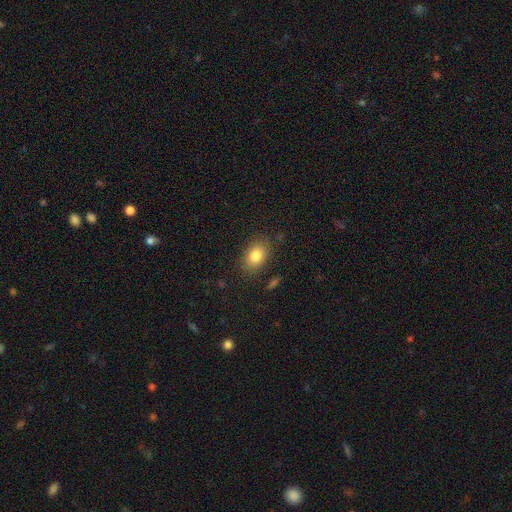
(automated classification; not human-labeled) Morphology: type=smooth (82%); roundness=in between (81%); merging=none (85%).